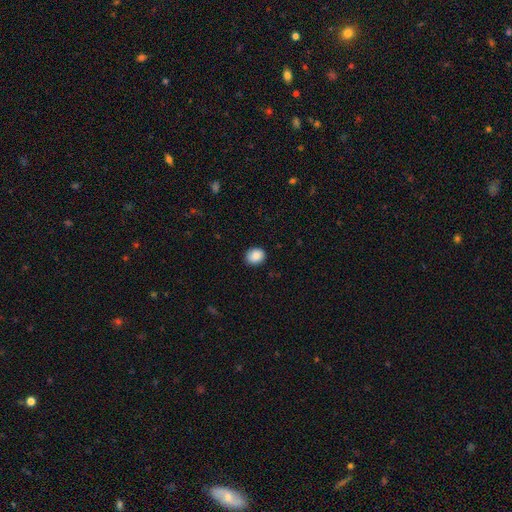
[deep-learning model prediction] A smooth galaxy with no disk features (88%) that is round (62%).

Vote fractions:
- Smooth or featured? smooth: 88% / star or artifact: 8% / featured or disk: 4%
- How rounded? round: 62% / in between: 37% / cigar-shaped: 1%
- Merging? none: 87% / minor disturbance: 10% / major disturbance: 2% / merger: 1%